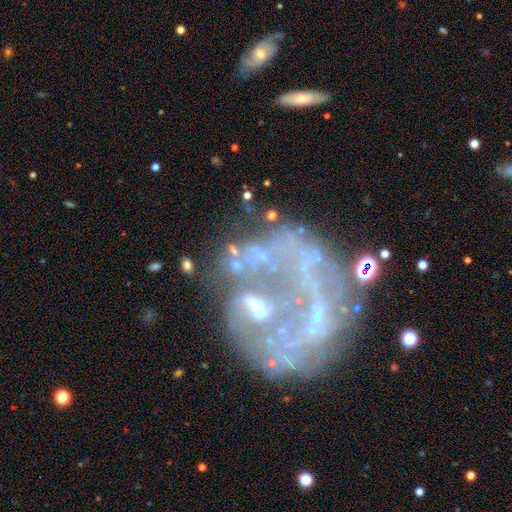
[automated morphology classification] type=featured or disk (67%); edge-on=no (98%); bar=no (74%); spiral arms=no (70%); bulge=none (59%); merging=major disturbance (37%).